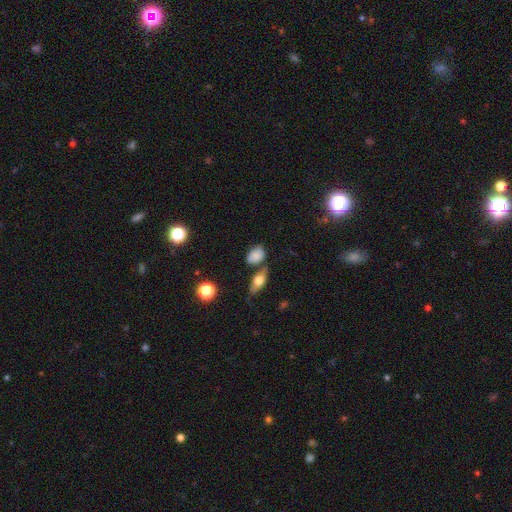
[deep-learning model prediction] This is likely a smooth galaxy (78%). How rounded: likely in between (78%). Merging: likely none (63%).